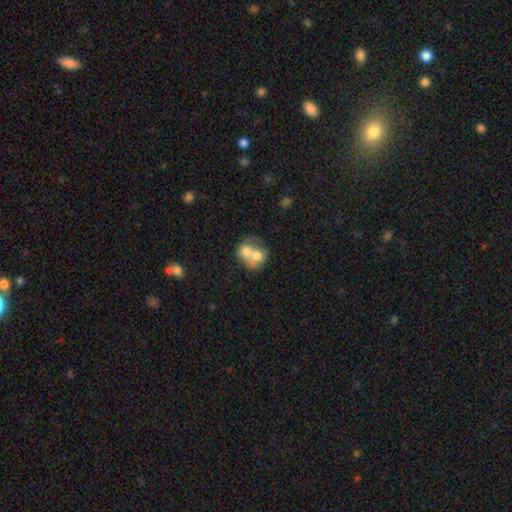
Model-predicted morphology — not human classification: Smooth or featured: smooth — 58% (featured or disk — 34%)
How rounded: round — 57% (in between — 43%)
Merging: merger — 74% (none — 15%)